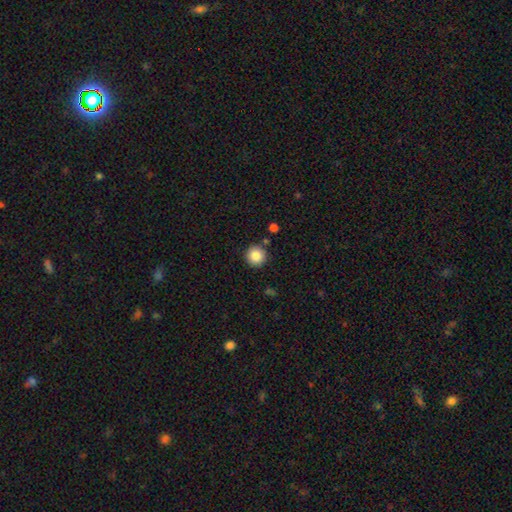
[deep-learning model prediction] Smooth or featured?
  - smooth: 85% *
  - star or artifact: 10%
  - featured or disk: 5%
How rounded?
  - round: 95% *
  - in between: 4%
  - cigar-shaped: 1%
Merging?
  - none: 88% *
  - minor disturbance: 7%
  - merger: 4%
  - major disturbance: 2%